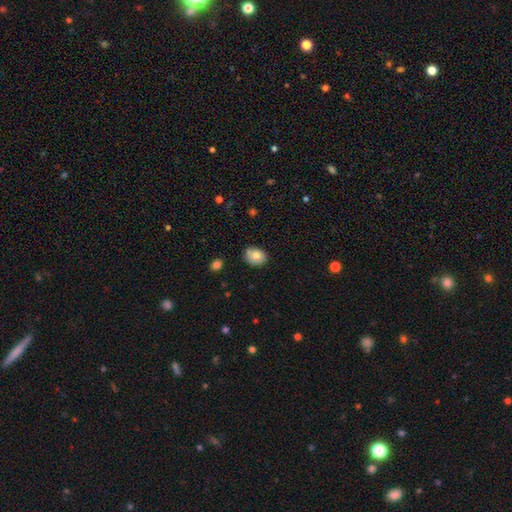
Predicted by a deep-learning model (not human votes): Smooth or featured: smooth — 83% (featured or disk — 9%)
How rounded: in between — 64% (round — 35%)
Merging: none — 79% (minor disturbance — 16%)